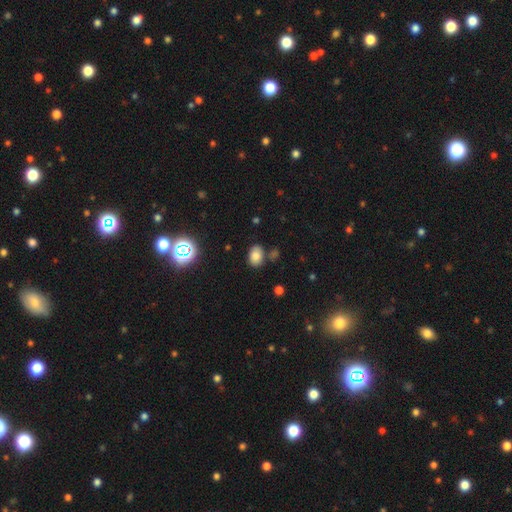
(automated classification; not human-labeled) smooth 77%, star or artifact 15%, featured or disk 8%. Down the decision tree: how rounded — in between (76%); merging — none (77%).